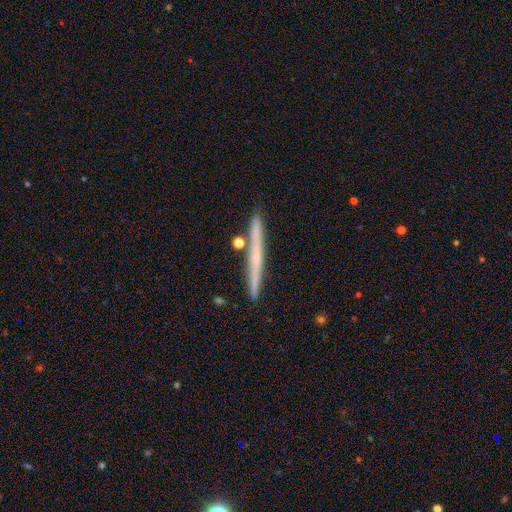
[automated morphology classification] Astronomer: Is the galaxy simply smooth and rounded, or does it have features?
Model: featured or disk — 55% (runner-up: smooth, 39%).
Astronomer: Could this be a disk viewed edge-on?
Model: yes — 97%.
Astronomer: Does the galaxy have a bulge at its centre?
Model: none — 63%.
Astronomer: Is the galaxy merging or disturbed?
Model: none — 88%.